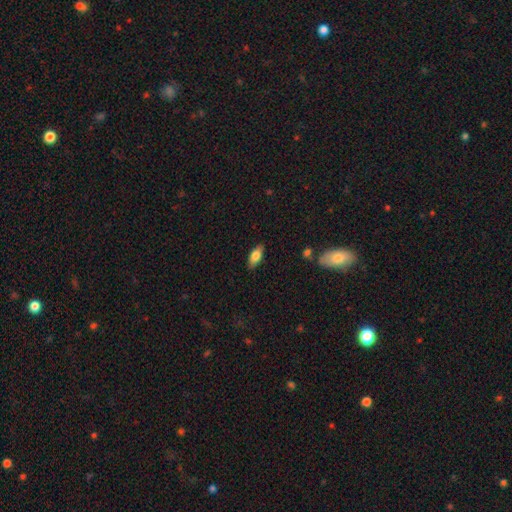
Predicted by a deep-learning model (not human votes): This is likely a smooth galaxy (79%). How rounded: clearly in between (85%). Merging: clearly none (84%).